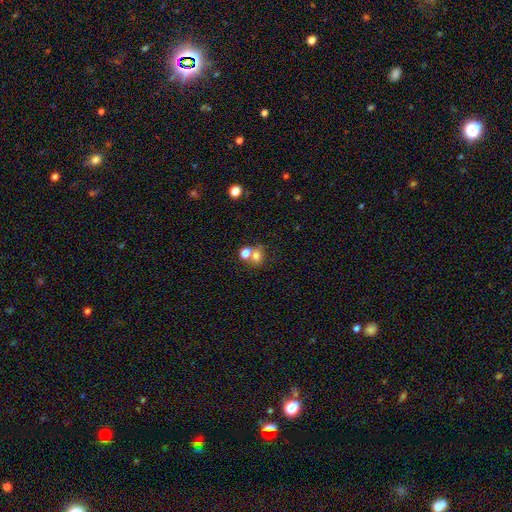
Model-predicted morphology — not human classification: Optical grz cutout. It shows a smooth galaxy with no disk features (73%) that is round (65%). Merging: merger (47%).